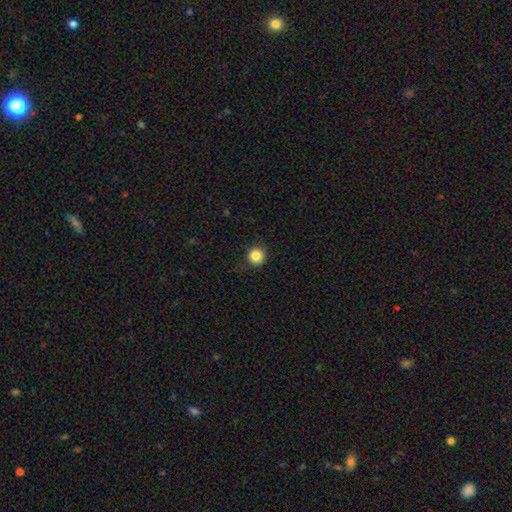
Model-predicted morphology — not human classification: Q: Smooth or featured?
A: smooth (85%); runner-up: star or artifact (11%)
Q: How rounded?
A: round (93%); runner-up: in between (6%)
Q: Merging?
A: none (88%); runner-up: minor disturbance (9%)